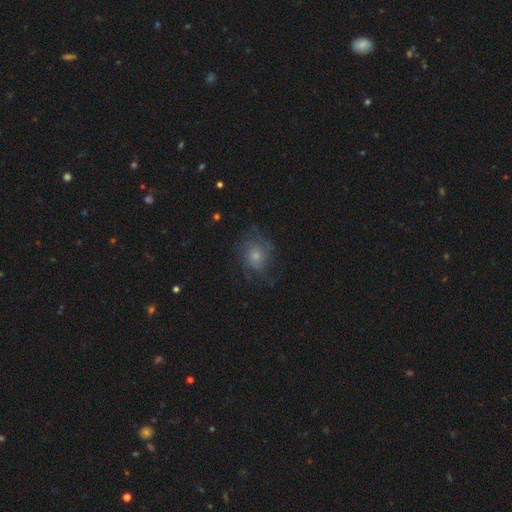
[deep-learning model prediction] The model was most divided on "smooth or featured": featured or disk: 44%, smooth: 43%, star or artifact: 13%. More confident: merging — none (62%).